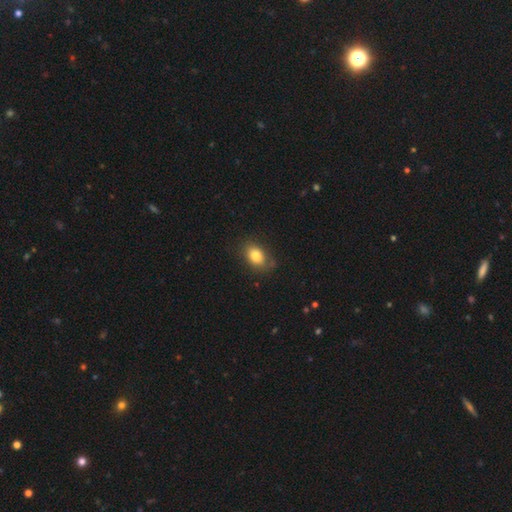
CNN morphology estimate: A smooth galaxy with no disk features (81%) that is in between round and cigar-shaped (78%). Merging: none (77%).